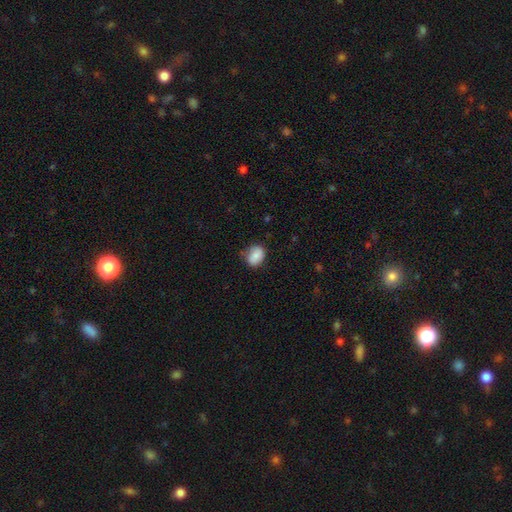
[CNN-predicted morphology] This appears to be a smooth galaxy with no disk features (81%) that is in between round and cigar-shaped (63%). Merging: none (70%).